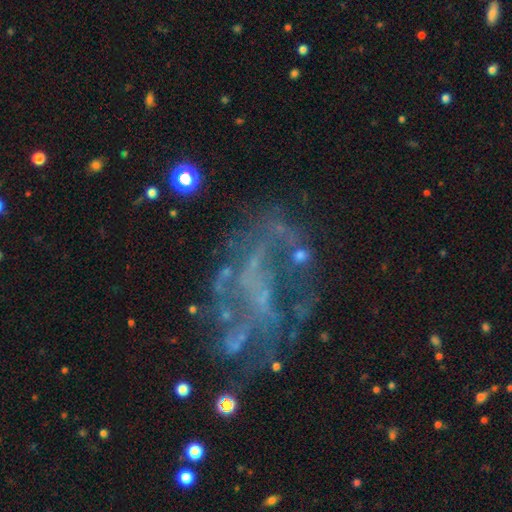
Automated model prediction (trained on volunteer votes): This appears to be a featured or disk galaxy (74%) with no bar (66%), spiral arms (56%) and no central bulge (70%). Merging: none (45%).